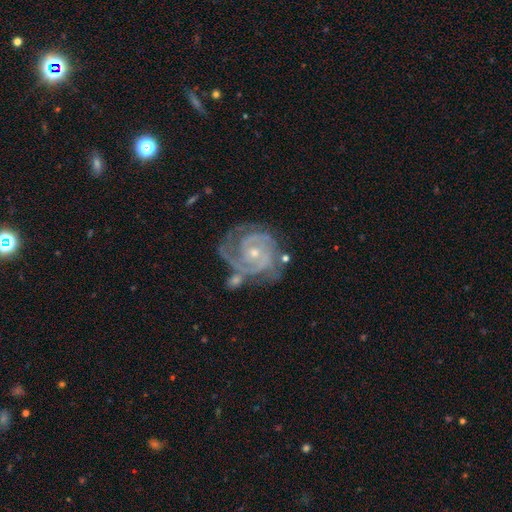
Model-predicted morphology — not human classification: Smooth or featured: featured or disk — 90% (star or artifact — 6%)
Edge-on disk: no — 98% (yes — 2%)
Bar: no — 64% (weak — 27%)
Spiral arms: yes — 98% (no — 2%)
Spiral winding: tight — 71% (medium — 25%)
Spiral arm count: 2 — 52% (3 — 25%)
Bulge size: small — 69% (moderate — 27%)
Merging: none — 62% (minor disturbance — 20%)